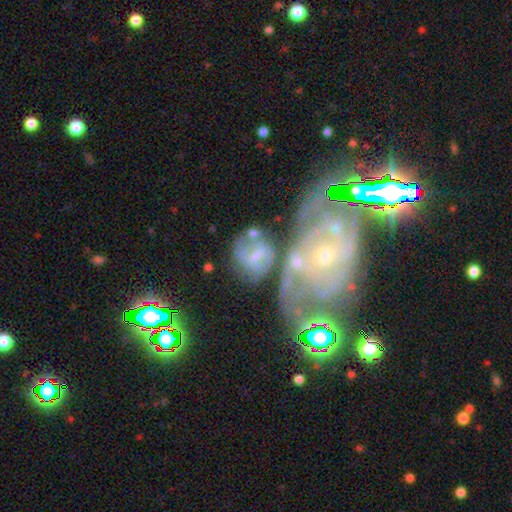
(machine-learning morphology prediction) Smooth or featured? Predicted: featured or disk (p=0.64). Edge-on disk? Predicted: no (p=0.96). Bar? Predicted: weak (p=0.46). Spiral arms? Predicted: yes (p=0.70). Bulge size? Predicted: small (p=0.39). Merging? Predicted: merger (p=0.36).